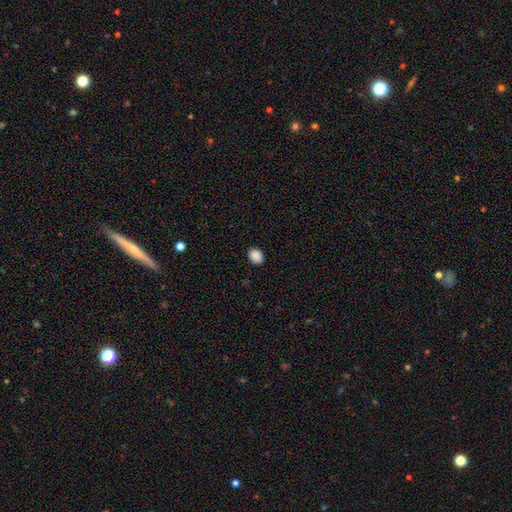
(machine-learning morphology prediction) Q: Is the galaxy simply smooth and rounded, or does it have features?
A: smooth — 89%.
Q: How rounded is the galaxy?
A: in between — 66%.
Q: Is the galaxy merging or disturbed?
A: none — 90%.